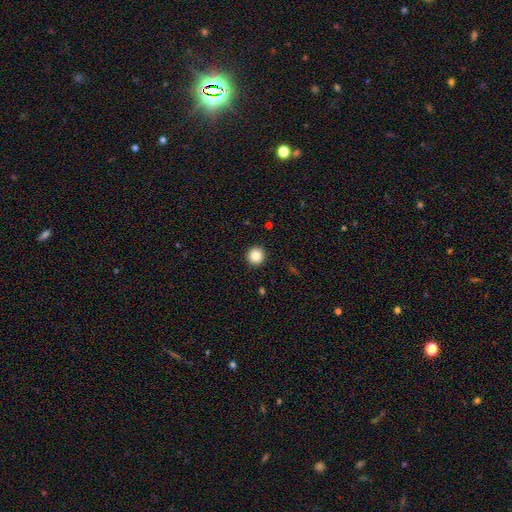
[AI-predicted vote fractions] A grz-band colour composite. It shows a smooth galaxy with no disk features (85%) that is round (95%). Merging: none (93%).